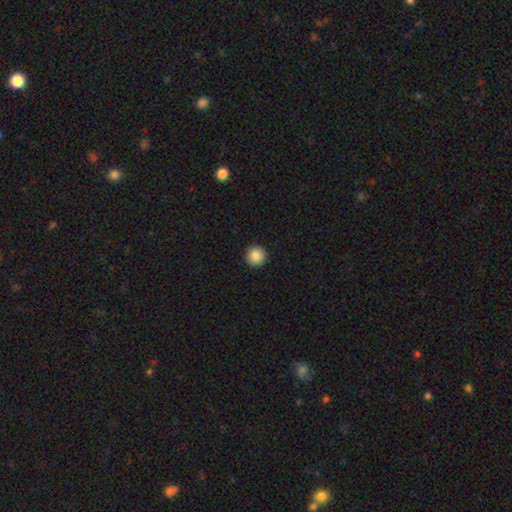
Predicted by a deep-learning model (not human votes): Overall: smooth (88%). How rounded: round (95%). Merging: none (93%).